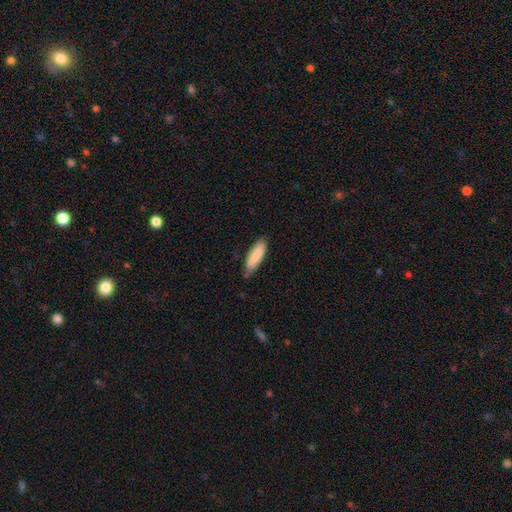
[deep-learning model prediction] Smooth or featured? Predicted: smooth (p=0.85). How rounded? Predicted: cigar-shaped (p=0.53). Merging? Predicted: none (p=0.69).